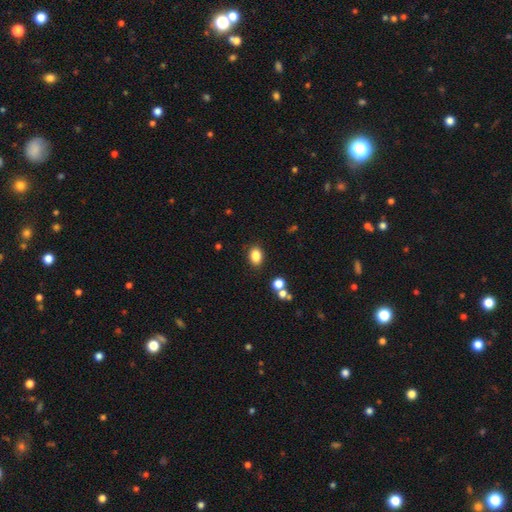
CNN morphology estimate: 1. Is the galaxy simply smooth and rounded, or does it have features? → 85% smooth, 10% star or artifact, 5% featured or disk.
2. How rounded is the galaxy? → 75% in between, 24% round, 1% cigar-shaped.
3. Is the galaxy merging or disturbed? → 86% none, 9% minor disturbance, 3% merger, 3% major disturbance.